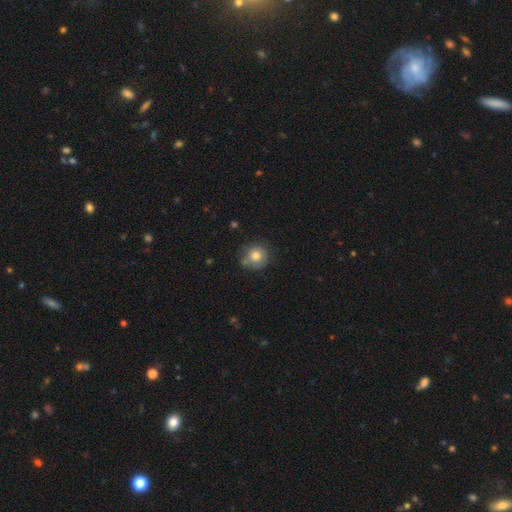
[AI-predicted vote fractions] Overall: smooth (78%). How rounded: round (90%). Merging: none (68%).